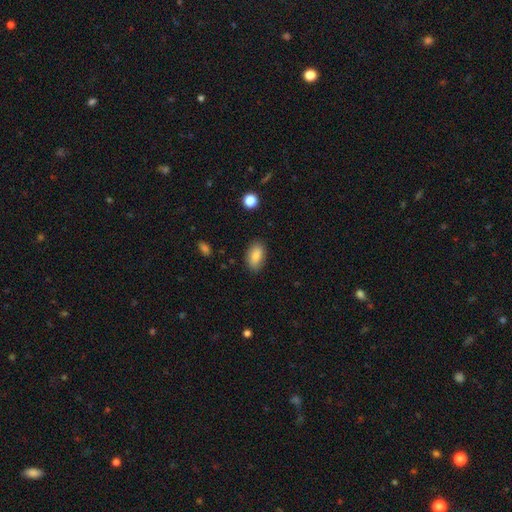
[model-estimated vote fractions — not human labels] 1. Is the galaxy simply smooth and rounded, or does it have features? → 85% smooth, 8% featured or disk, 7% star or artifact.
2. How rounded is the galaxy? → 92% in between, 4% round, 4% cigar-shaped.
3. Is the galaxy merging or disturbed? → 84% none, 11% minor disturbance, 3% major disturbance, 1% merger.